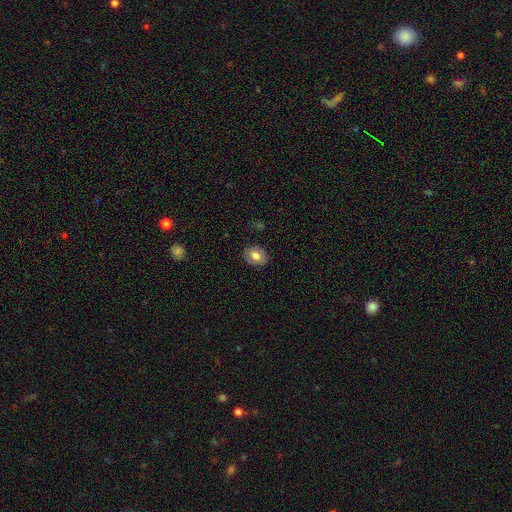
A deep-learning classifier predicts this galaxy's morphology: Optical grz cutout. It shows a smooth galaxy with no disk features (76%) that is in between round and cigar-shaped (56%). Merging: none (86%).